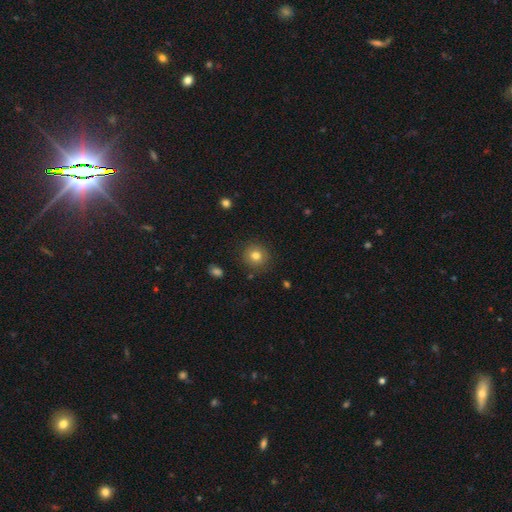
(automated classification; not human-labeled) The model was most divided on "smooth or featured": smooth: 79%, star or artifact: 11%, featured or disk: 10%. More confident: how rounded — round (89%); merging — none (87%).